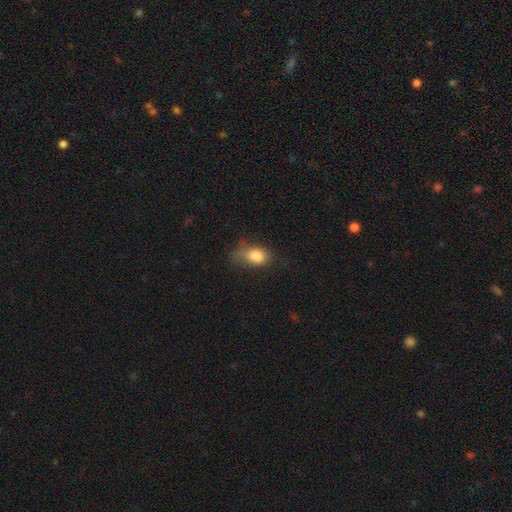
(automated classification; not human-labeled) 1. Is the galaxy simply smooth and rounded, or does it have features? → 81% smooth, 10% featured or disk, 9% star or artifact.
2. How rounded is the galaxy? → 82% in between, 16% round, 3% cigar-shaped.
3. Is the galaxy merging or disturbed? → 37% minor disturbance, 36% none, 24% major disturbance, 3% merger.